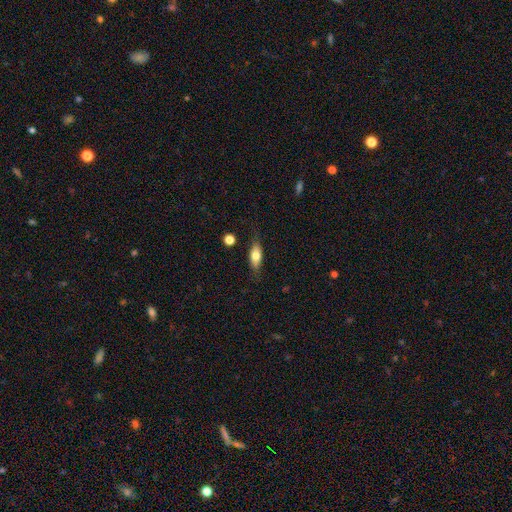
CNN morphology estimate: Smooth or featured?
  - smooth: 70% *
  - featured or disk: 23%
  - star or artifact: 7%
How rounded?
  - in between: 73% *
  - cigar-shaped: 23%
  - round: 4%
Merging?
  - none: 77% *
  - minor disturbance: 17%
  - major disturbance: 4%
  - merger: 2%